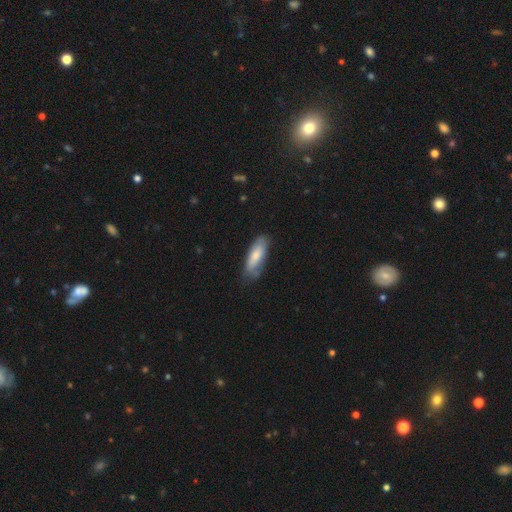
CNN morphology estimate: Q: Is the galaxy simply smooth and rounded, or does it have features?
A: smooth — 74%.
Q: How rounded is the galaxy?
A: in between — 60%.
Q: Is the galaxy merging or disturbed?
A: none — 65%.